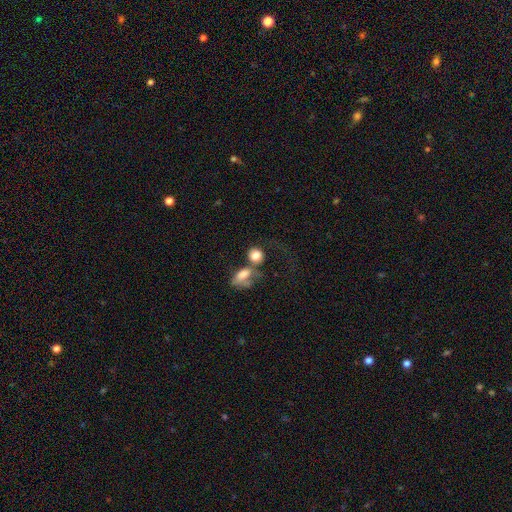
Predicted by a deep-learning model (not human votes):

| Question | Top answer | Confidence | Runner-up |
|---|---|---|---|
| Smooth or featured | smooth | 77% | featured or disk (14%) |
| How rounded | round | 61% | in between (37%) |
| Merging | merger | 47% | none (26%) |